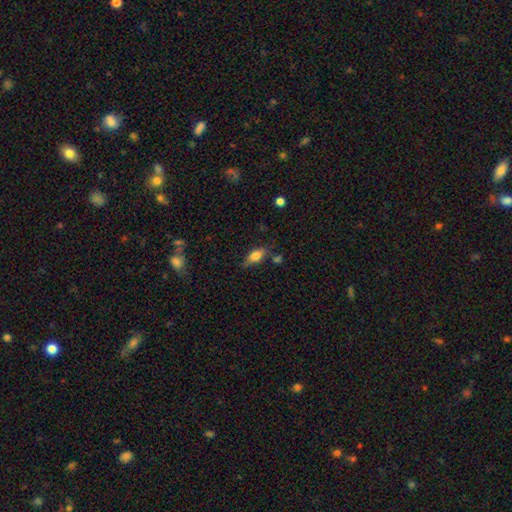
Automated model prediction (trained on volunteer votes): Smooth or featured? Predicted: smooth (p=0.75). How rounded? Predicted: in between (p=0.83). Merging? Predicted: none (p=0.66).